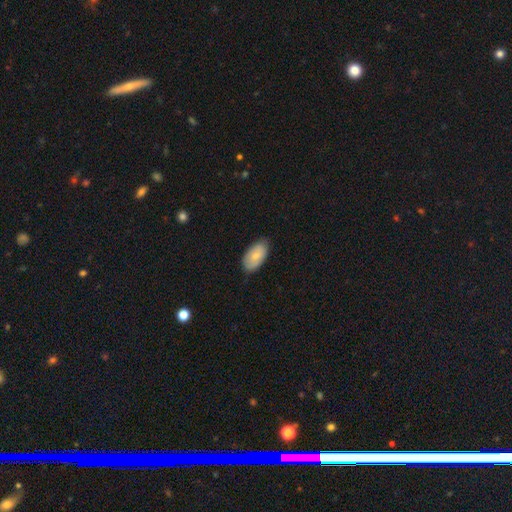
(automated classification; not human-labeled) This appears to be a smooth galaxy with no disk features (73%) that is in between round and cigar-shaped (94%). Merging: none (79%).